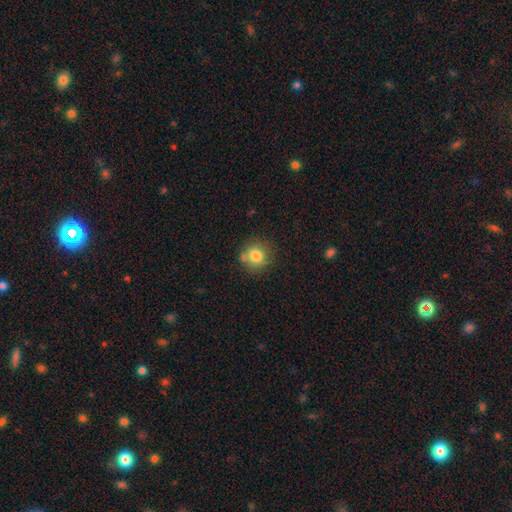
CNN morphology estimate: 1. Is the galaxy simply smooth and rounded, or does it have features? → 81% smooth, 10% star or artifact, 9% featured or disk.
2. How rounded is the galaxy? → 87% round, 12% in between, 1% cigar-shaped.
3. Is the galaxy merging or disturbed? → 72% none, 15% minor disturbance, 9% merger, 4% major disturbance.